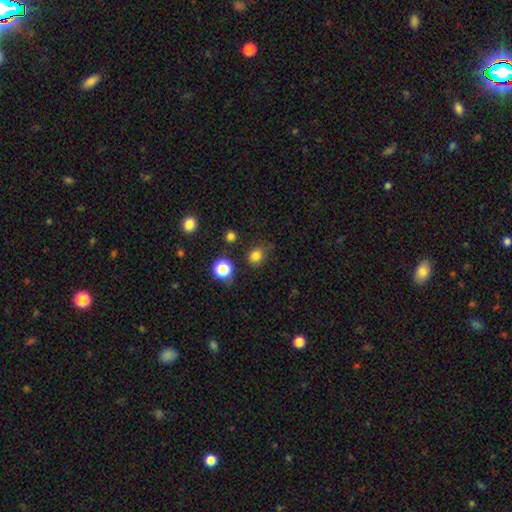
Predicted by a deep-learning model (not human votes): This is likely a smooth galaxy (79%). How rounded: clearly round (81%). Merging: likely none (73%).